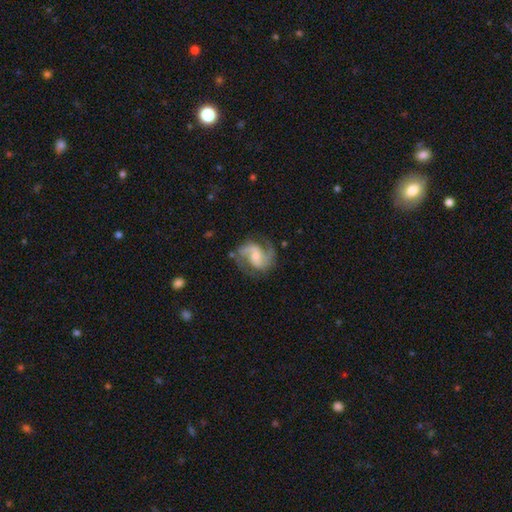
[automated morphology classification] Smooth or featured: featured or disk — 86% (smooth — 8%)
Edge-on disk: no — 98% (yes — 2%)
Bar: weak — 45% (no — 36%)
Spiral arms: yes — 97% (no — 3%)
Spiral winding: medium — 56% (loose — 27%)
Spiral arm count: 2 — 90% (can't tell — 3%)
Bulge size: small — 46% (moderate — 45%)
Merging: none — 73% (minor disturbance — 17%)